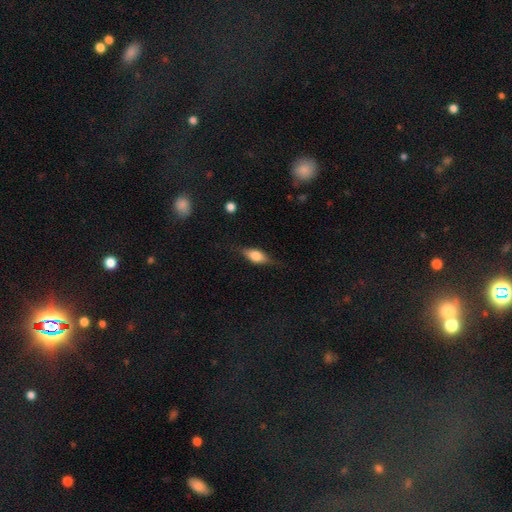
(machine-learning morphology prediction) Smooth or featured?
  - smooth: 61% *
  - featured or disk: 32%
  - star or artifact: 7%
How rounded?
  - in between: 77% *
  - cigar-shaped: 17%
  - round: 6%
Merging?
  - none: 76% *
  - minor disturbance: 18%
  - major disturbance: 5%
  - merger: 1%